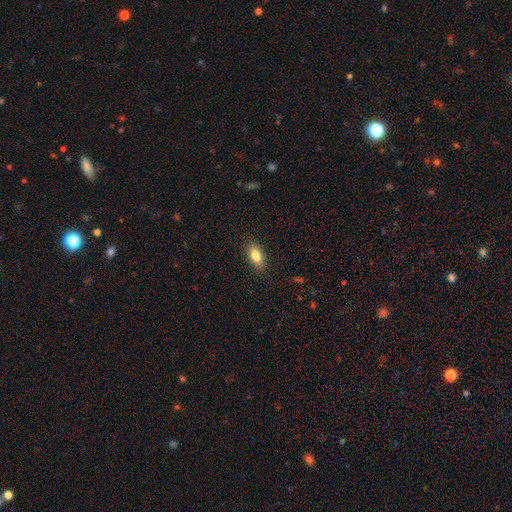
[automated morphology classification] A smooth galaxy with no disk features (82%) that is in between round and cigar-shaped (87%).

Vote fractions:
- Smooth or featured? smooth: 82% / featured or disk: 11% / star or artifact: 8%
- How rounded? in between: 87% / cigar-shaped: 8% / round: 5%
- Merging? none: 87% / minor disturbance: 9% / major disturbance: 2% / merger: 1%